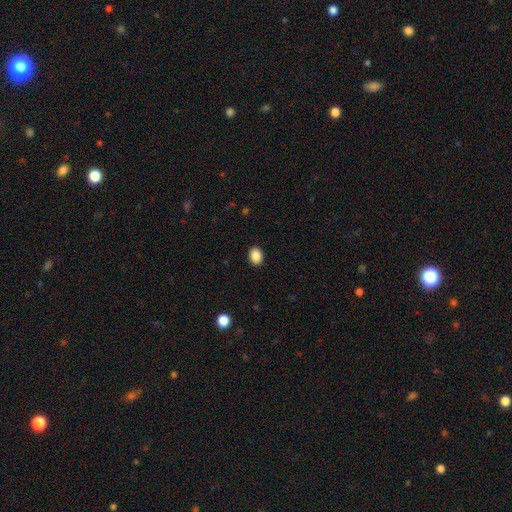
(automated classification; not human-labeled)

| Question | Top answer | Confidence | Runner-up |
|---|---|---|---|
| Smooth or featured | smooth | 88% | star or artifact (9%) |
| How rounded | in between | 62% | round (37%) |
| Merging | none | 91% | minor disturbance (6%) |